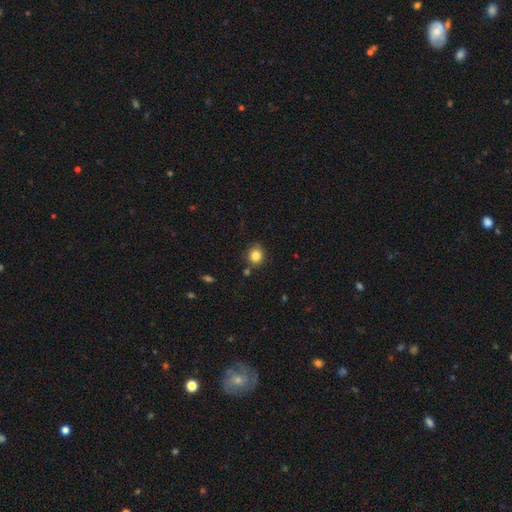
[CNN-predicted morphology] A smooth galaxy with no disk features (84%) that is round (77%). Merging: none (80%).